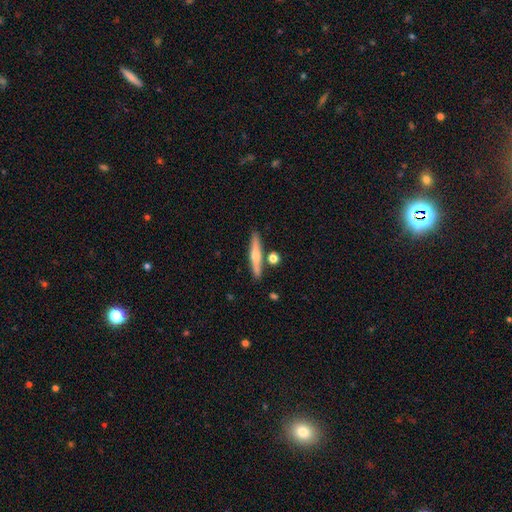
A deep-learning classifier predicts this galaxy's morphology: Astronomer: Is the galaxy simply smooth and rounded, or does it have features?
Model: smooth — 50% (runner-up: featured or disk, 44%).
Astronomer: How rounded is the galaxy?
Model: cigar-shaped — 88%.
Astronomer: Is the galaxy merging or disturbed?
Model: none — 82%.